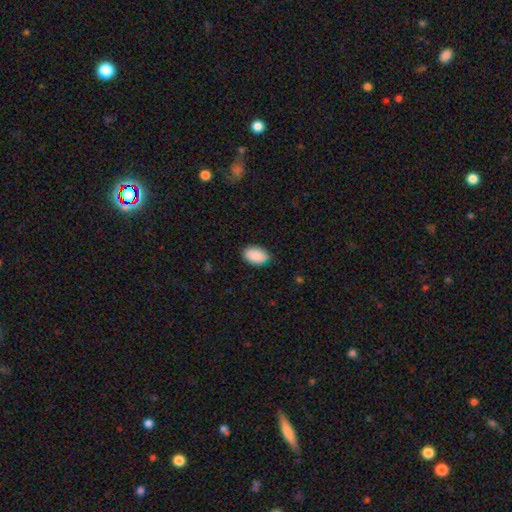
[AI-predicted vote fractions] Smooth or featured? Predicted: smooth (p=0.89). How rounded? Predicted: in between (p=0.87). Merging? Predicted: none (p=0.79).